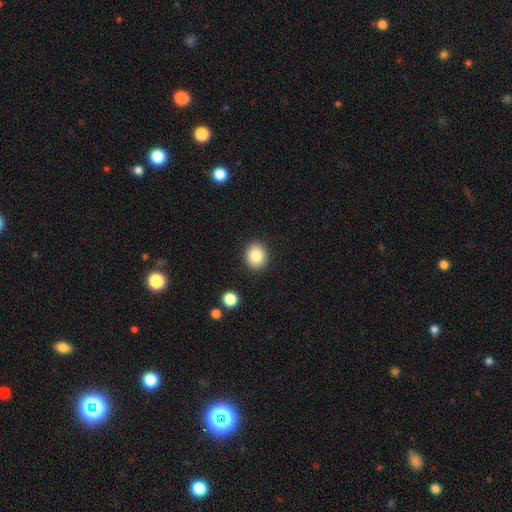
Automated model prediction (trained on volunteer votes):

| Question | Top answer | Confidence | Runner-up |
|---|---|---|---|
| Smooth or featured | smooth | 83% | star or artifact (9%) |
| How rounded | round | 78% | in between (21%) |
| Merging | none | 90% | minor disturbance (6%) |